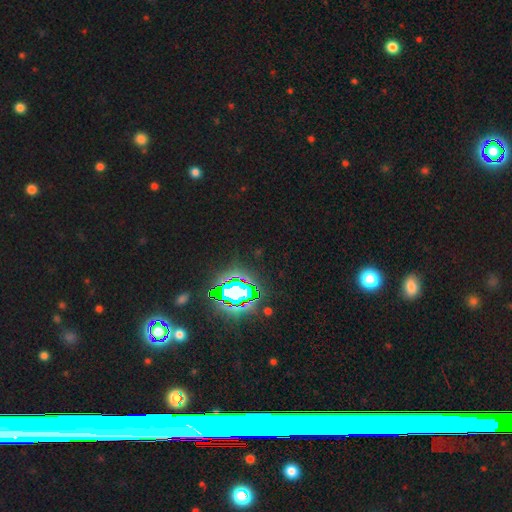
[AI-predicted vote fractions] smooth-or-featured: star or artifact: 80% | smooth: 12% | featured or disk: 8%